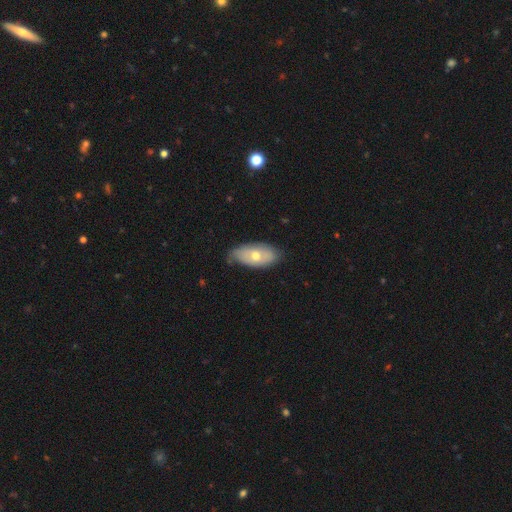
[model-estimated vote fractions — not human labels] A smooth galaxy with no disk features (59%) that is in between round and cigar-shaped (92%). Merging: none (65%).